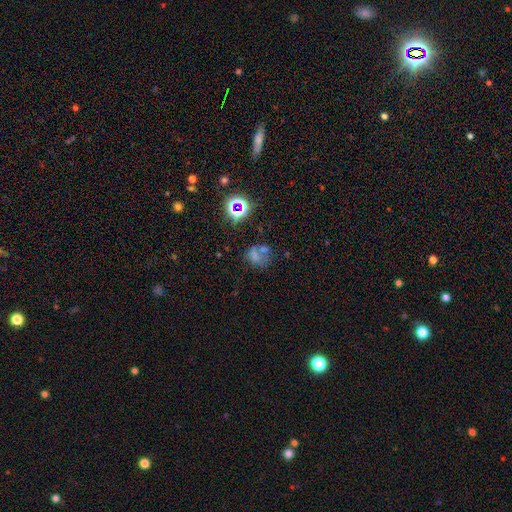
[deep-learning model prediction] A smooth galaxy with no disk features (51%) that is round (55%).

Vote fractions:
- Smooth or featured? smooth: 51% / star or artifact: 27% / featured or disk: 22%
- How rounded? round: 55% / in between: 43% / cigar-shaped: 1%
- Merging? none: 39% / merger: 26% / major disturbance: 18% / minor disturbance: 17%